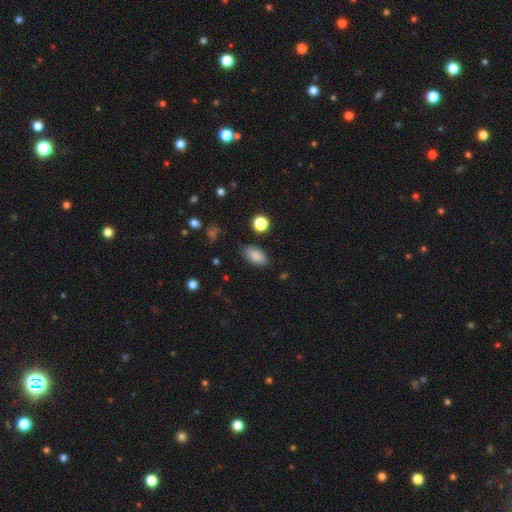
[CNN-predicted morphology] smooth-or-featured: smooth: 86% | star or artifact: 9% | featured or disk: 5%
  how-rounded: in between: 91% | round: 5% | cigar-shaped: 4%
  merging: none: 85% | minor disturbance: 11% | major disturbance: 3% | merger: 2%